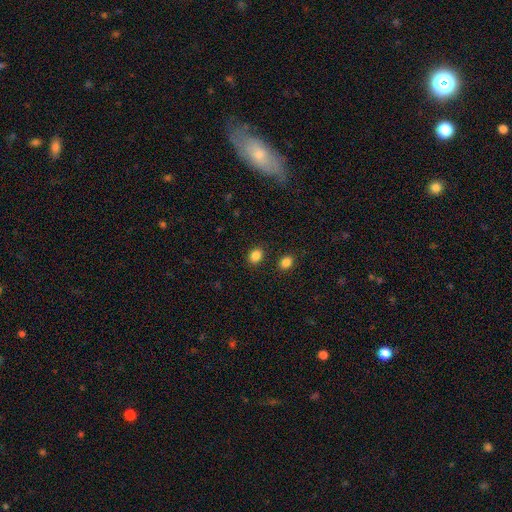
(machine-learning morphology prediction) smooth_or_featured: smooth (p=0.87) [alt: star or artifact p=0.10]
how_rounded: in between (p=0.58) [alt: round p=0.41]
merging: none (p=0.84) [alt: minor disturbance p=0.09]